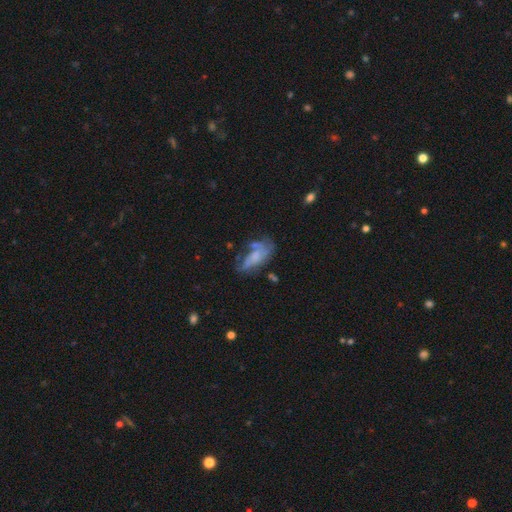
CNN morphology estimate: Smooth or featured: featured or disk — 54% (smooth — 36%)
Edge-on disk: no — 92% (yes — 8%)
Merging: none — 41% (minor disturbance — 25%)